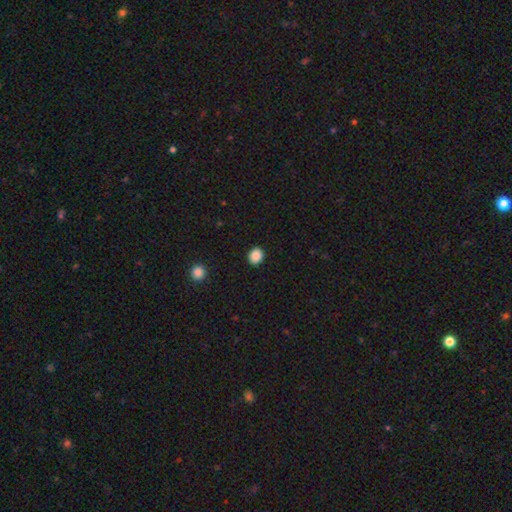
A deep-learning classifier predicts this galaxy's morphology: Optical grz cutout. It shows a smooth galaxy with no disk features (88%) that is round (65%). Merging: none (90%).